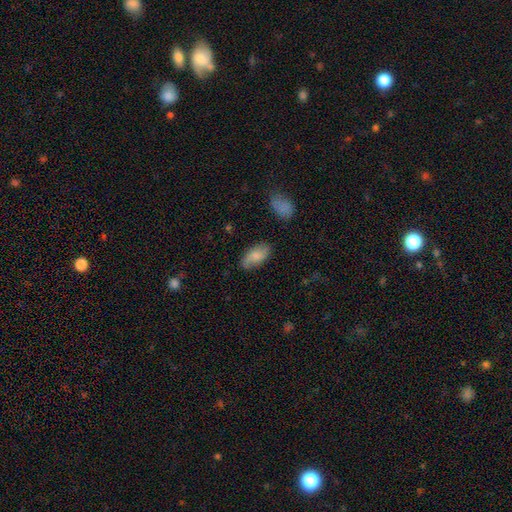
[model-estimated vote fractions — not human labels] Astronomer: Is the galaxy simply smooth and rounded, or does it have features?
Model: smooth — 71%.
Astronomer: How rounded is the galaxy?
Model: in between — 93%.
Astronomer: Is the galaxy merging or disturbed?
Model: none — 74%.